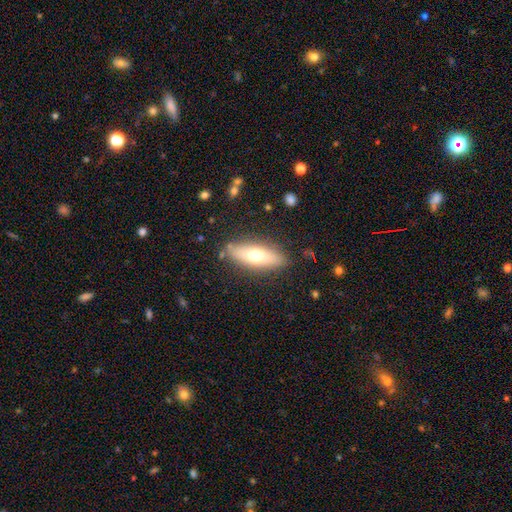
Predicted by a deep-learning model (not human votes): A smooth galaxy with no disk features (60%) that is in between round and cigar-shaped (57%). Merging: none (84%).